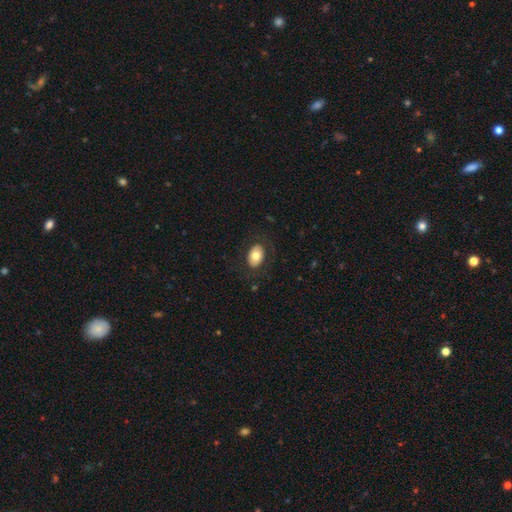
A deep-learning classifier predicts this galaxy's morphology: Smooth or featured?
  - smooth: 75% *
  - featured or disk: 18%
  - star or artifact: 7%
How rounded?
  - in between: 85% *
  - round: 14%
  - cigar-shaped: 1%
Merging?
  - none: 83% *
  - minor disturbance: 11%
  - major disturbance: 6%
  - merger: 1%